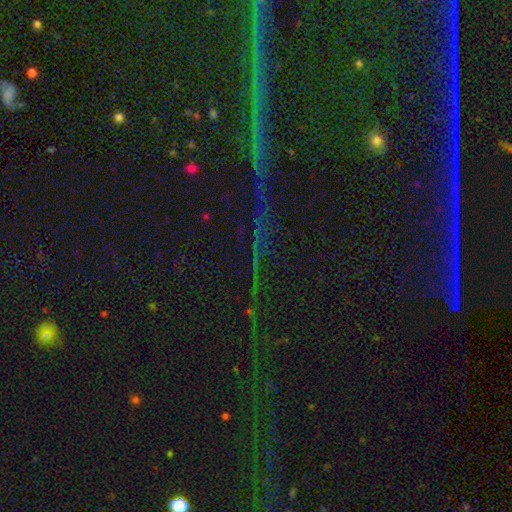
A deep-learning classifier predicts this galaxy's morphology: This is clearly a star or artifact rather than a galaxy (81%).